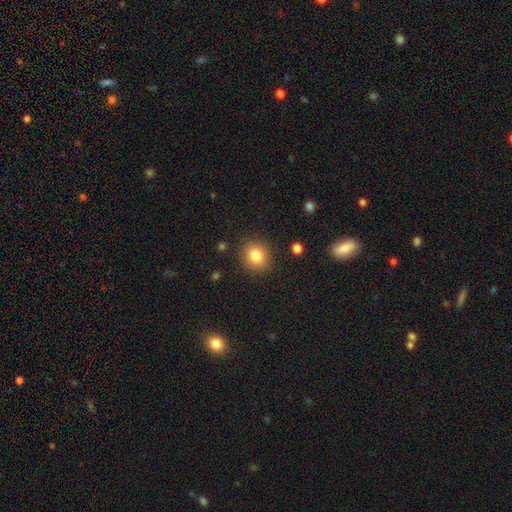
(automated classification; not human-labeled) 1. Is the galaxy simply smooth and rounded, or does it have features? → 82% smooth, 10% star or artifact, 7% featured or disk.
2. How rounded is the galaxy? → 78% round, 21% in between, 1% cigar-shaped.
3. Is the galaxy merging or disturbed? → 87% none, 8% minor disturbance, 3% major disturbance, 2% merger.